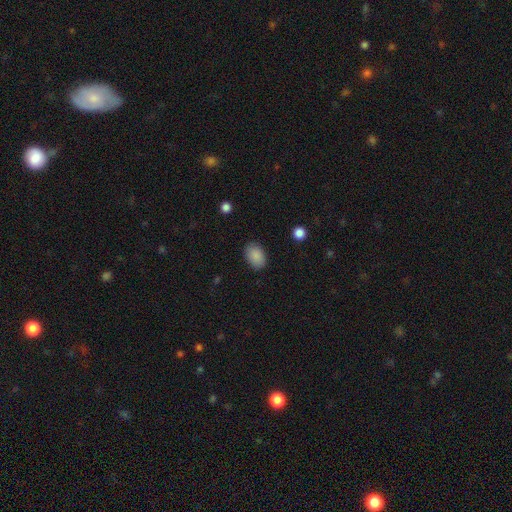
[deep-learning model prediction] The model was most divided on "how rounded": in between: 82%, round: 17%, cigar-shaped: 1%. More confident: smooth or featured — smooth (89%); merging — none (84%).